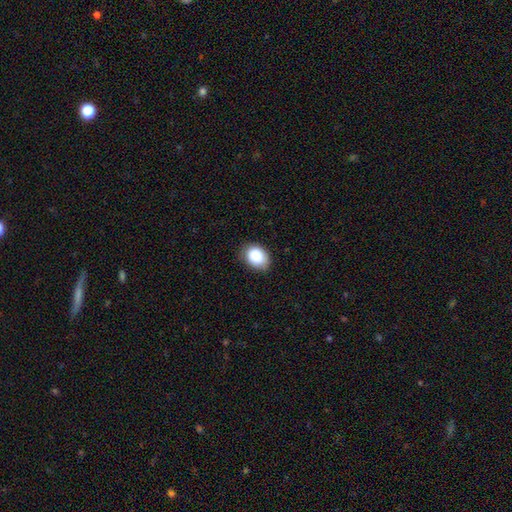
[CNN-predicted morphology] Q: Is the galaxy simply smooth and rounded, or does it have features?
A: smooth — 88%.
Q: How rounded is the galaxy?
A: in between — 70%.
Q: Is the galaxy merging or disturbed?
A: none — 77%.